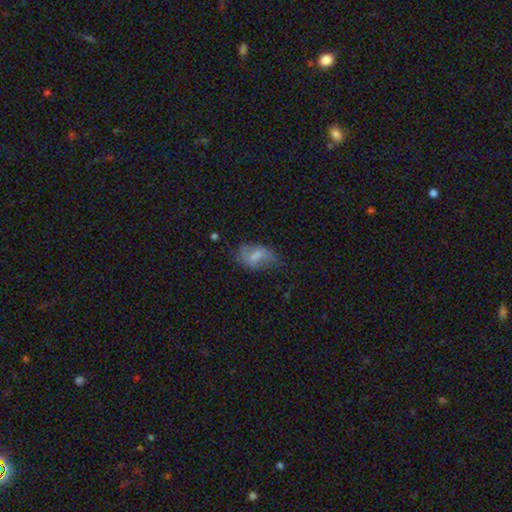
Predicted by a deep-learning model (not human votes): This is possibly a smooth galaxy (51%). How rounded: clearly in between (88%). Merging: marginally none (44%).